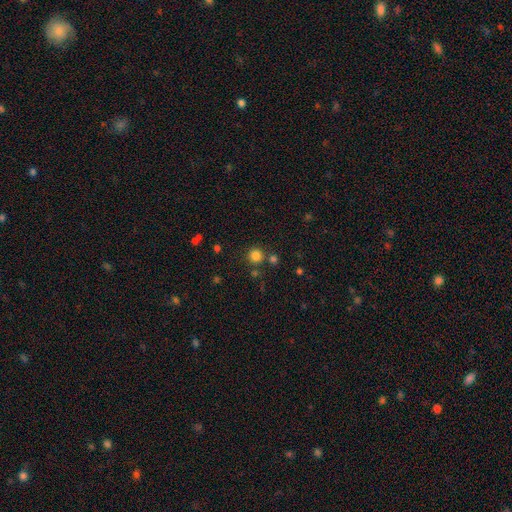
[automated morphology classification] Smooth or featured: smooth — 81% (star or artifact — 14%)
How rounded: round — 93% (in between — 6%)
Merging: none — 79% (merger — 11%)